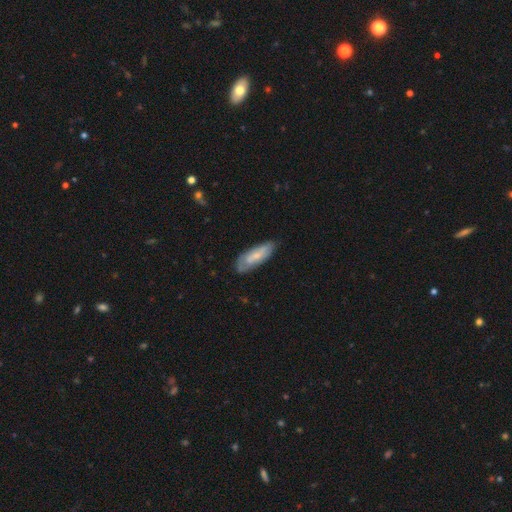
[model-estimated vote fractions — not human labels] This is possibly a smooth galaxy (53%). How rounded: likely in between (64%). Merging: likely none (67%).